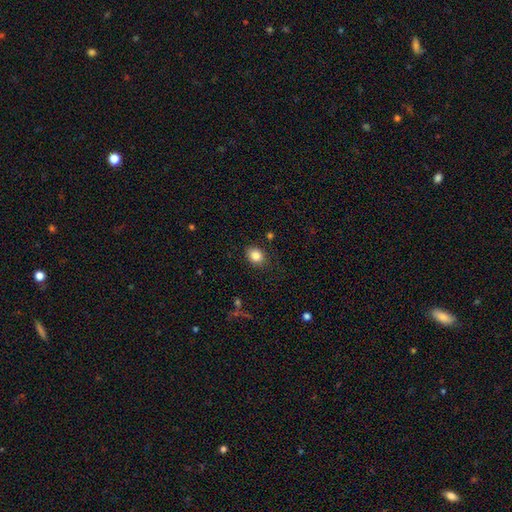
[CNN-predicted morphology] Overall: smooth (84%). How rounded: round (53%; in between 46%). Merging: none (84%).